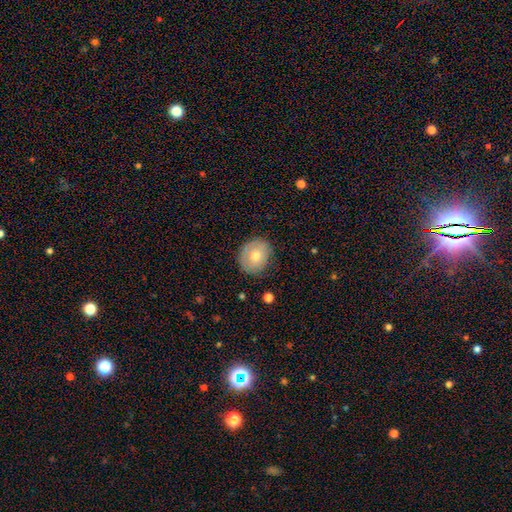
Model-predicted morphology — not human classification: A smooth galaxy with no disk features (68%) that is round (64%). Merging: none (82%).